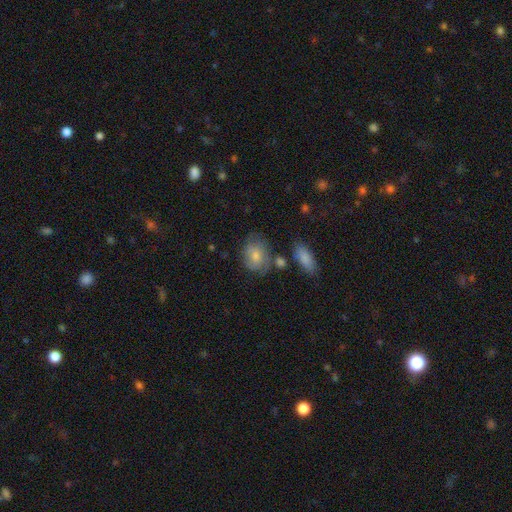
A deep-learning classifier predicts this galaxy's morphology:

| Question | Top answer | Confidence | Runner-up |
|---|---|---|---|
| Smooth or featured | smooth | 72% | featured or disk (21%) |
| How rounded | in between | 63% | round (35%) |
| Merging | none | 56% | minor disturbance (24%) |